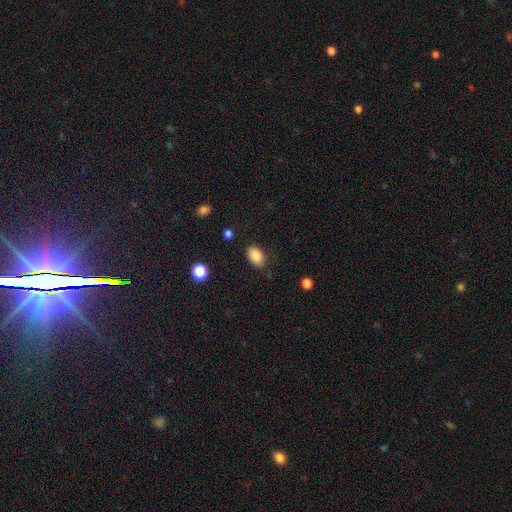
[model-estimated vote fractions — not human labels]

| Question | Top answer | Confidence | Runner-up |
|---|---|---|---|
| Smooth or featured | smooth | 86% | star or artifact (8%) |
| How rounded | in between | 87% | round (12%) |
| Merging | none | 79% | minor disturbance (16%) |